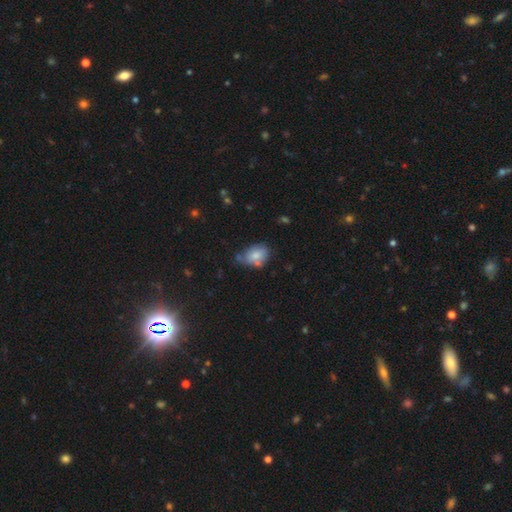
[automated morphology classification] smooth 74%, featured or disk 18%, star or artifact 9%. Down the decision tree: how rounded — in between (76%); merging — none (42%).